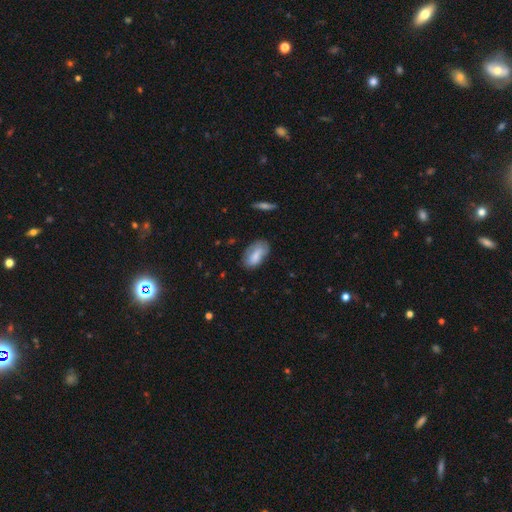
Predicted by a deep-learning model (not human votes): Smooth or featured: smooth — 77% (featured or disk — 16%)
How rounded: in between — 93% (round — 4%)
Merging: none — 62% (minor disturbance — 28%)